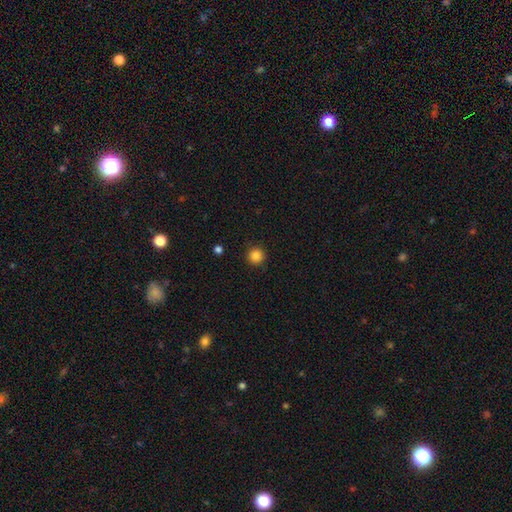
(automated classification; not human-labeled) smooth_or_featured: smooth (p=0.85) [alt: star or artifact p=0.11]
how_rounded: round (p=0.96) [alt: in between p=0.03]
merging: none (p=0.92) [alt: minor disturbance p=0.05]